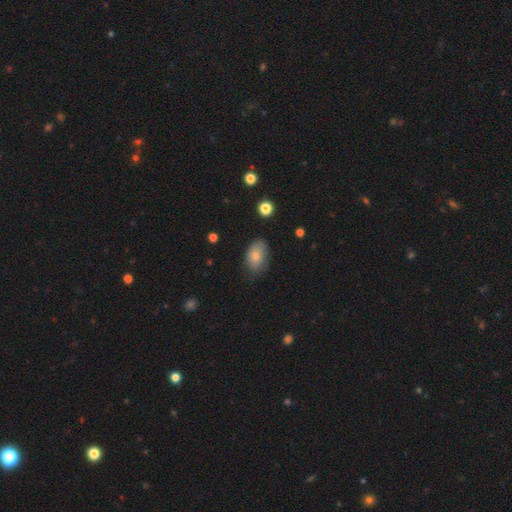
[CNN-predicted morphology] Q: Smooth or featured?
A: smooth (78%); runner-up: featured or disk (14%)
Q: How rounded?
A: in between (89%); runner-up: round (10%)
Q: Merging?
A: none (68%); runner-up: minor disturbance (24%)